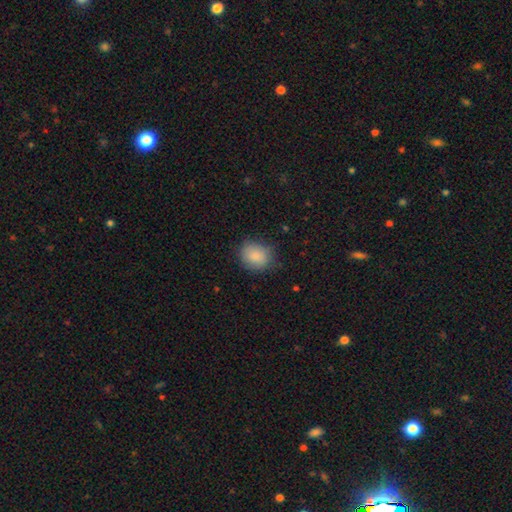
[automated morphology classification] Smooth or featured: smooth — 87% (star or artifact — 8%)
How rounded: round — 60% (in between — 39%)
Merging: none — 79% (minor disturbance — 16%)